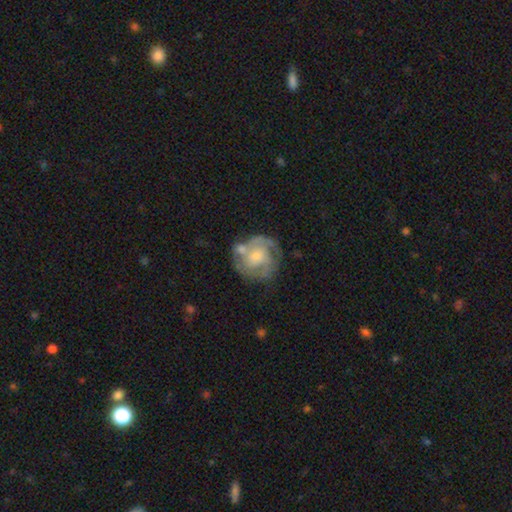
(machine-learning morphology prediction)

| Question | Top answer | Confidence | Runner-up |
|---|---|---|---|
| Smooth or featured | featured or disk | 63% | smooth (30%) |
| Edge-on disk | no | 98% | yes (2%) |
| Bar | no | 73% | weak (23%) |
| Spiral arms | yes | 70% | no (30%) |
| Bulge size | small | 54% | moderate (36%) |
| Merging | none | 49% | minor disturbance (20%) |